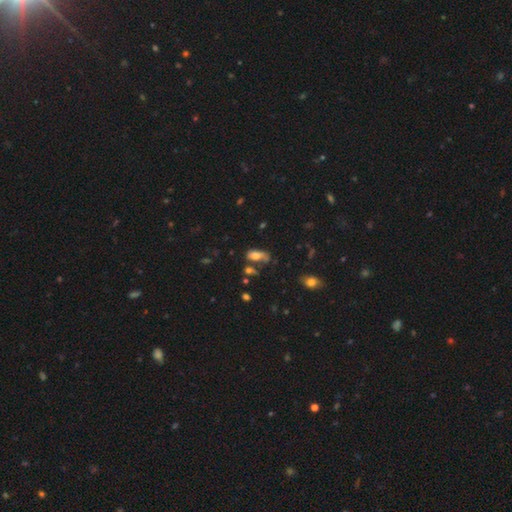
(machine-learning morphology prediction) A smooth galaxy with no disk features (69%) that is in between round and cigar-shaped (86%).

Vote fractions:
- Smooth or featured? smooth: 69% / featured or disk: 19% / star or artifact: 11%
- How rounded? in between: 86% / cigar-shaped: 8% / round: 6%
- Merging? none: 34% / minor disturbance: 25% / major disturbance: 24% / merger: 18%